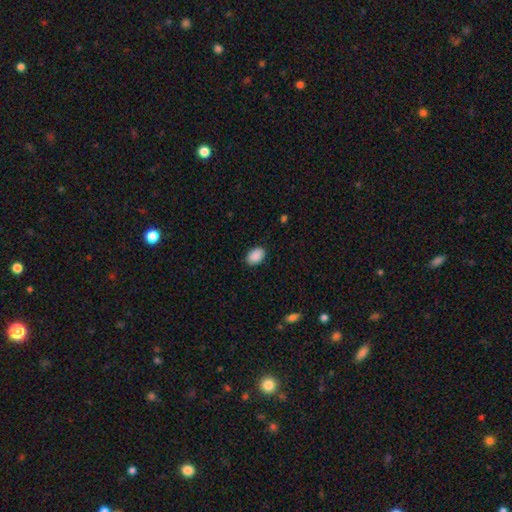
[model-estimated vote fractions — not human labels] Overall: smooth (90%). How rounded: in between (87%). Merging: none (87%).